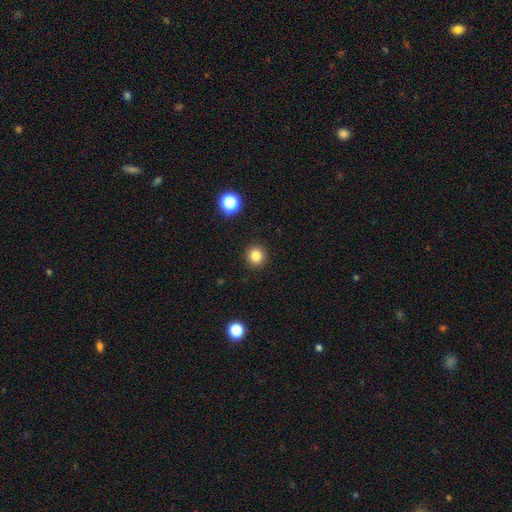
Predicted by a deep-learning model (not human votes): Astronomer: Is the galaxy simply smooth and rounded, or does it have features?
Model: smooth — 83%.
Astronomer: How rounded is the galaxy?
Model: round — 94%.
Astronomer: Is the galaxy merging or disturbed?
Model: none — 92%.